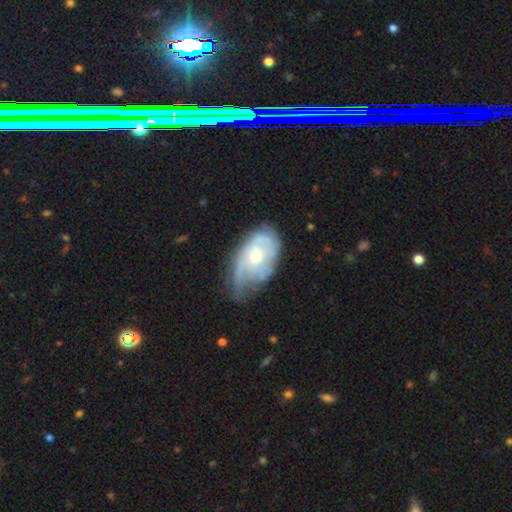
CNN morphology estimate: A featured or disk galaxy (68%) with no bar (75%), spiral arms (75%) and a moderate central bulge (59%). Merging: none (42%).